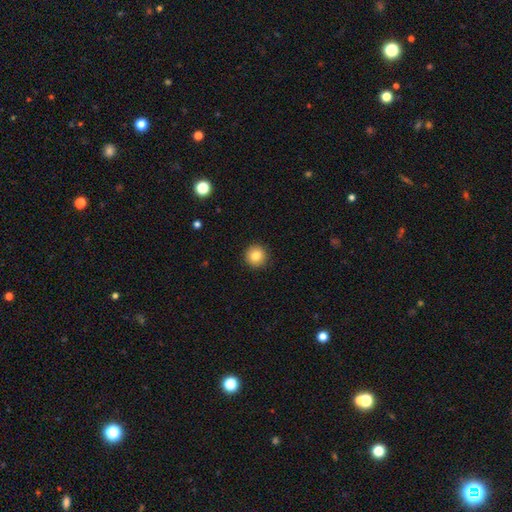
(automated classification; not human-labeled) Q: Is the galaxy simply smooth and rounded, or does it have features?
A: smooth — 83%.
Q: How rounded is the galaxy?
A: round — 95%.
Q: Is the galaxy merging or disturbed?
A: none — 92%.